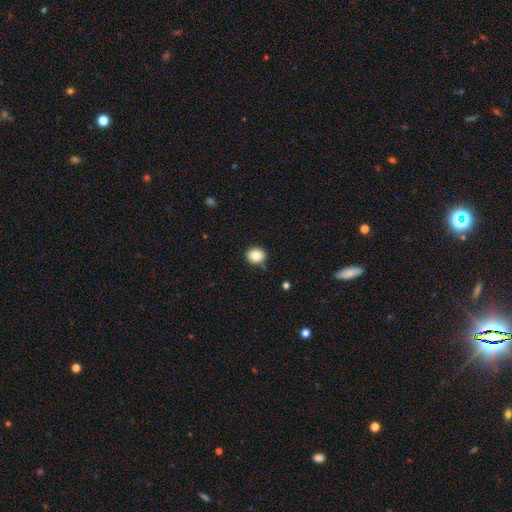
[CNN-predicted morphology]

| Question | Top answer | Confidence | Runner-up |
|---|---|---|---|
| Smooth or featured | smooth | 84% | star or artifact (9%) |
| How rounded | round | 75% | in between (24%) |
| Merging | none | 82% | minor disturbance (13%) |